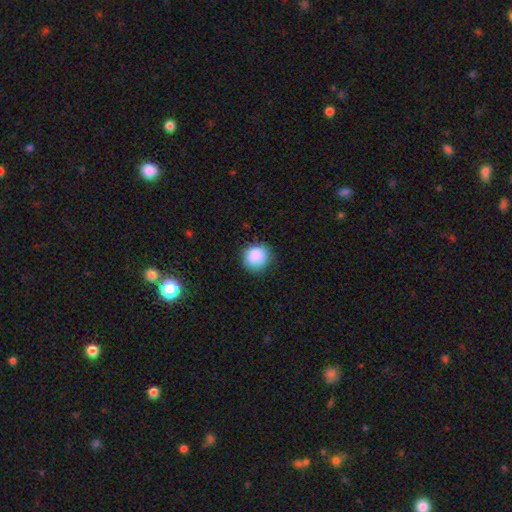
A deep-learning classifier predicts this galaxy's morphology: smooth_or_featured: smooth (p=0.88) [alt: star or artifact p=0.08]
how_rounded: round (p=0.90) [alt: in between p=0.09]
merging: none (p=0.83) [alt: minor disturbance p=0.13]